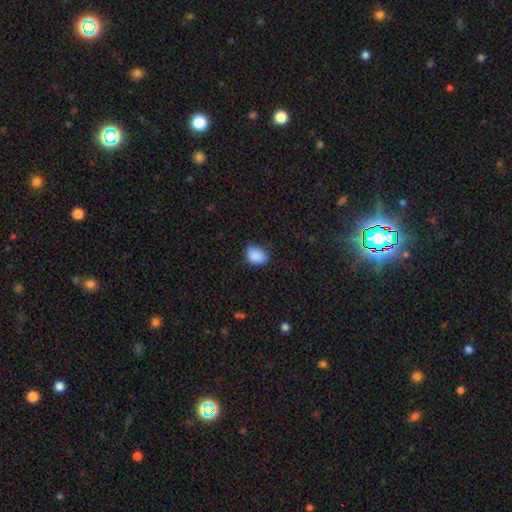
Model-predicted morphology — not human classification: This is clearly a smooth galaxy (88%). How rounded: likely in between (76%). Merging: likely none (68%).